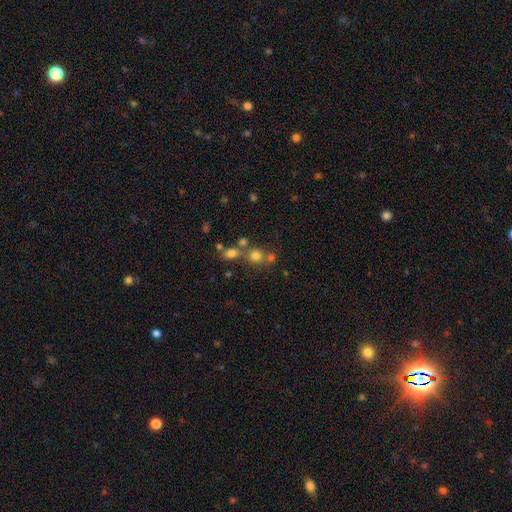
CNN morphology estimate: type=smooth (71%); roundness=round (82%); merging=none (55%).